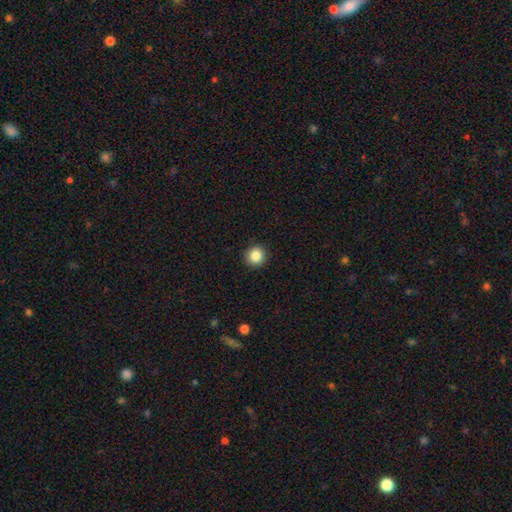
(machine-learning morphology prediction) This appears to be a smooth galaxy with no disk features (86%) that is round (94%). Merging: none (92%).